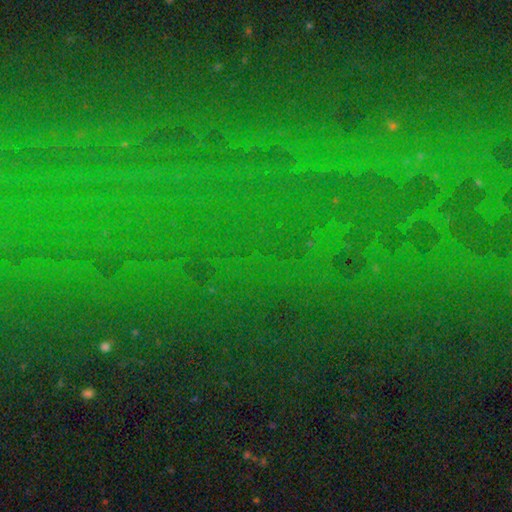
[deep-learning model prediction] A star or artifact, not a galaxy (82%).

Vote fractions:
- Smooth or featured? star or artifact: 82% / smooth: 9% / featured or disk: 8%